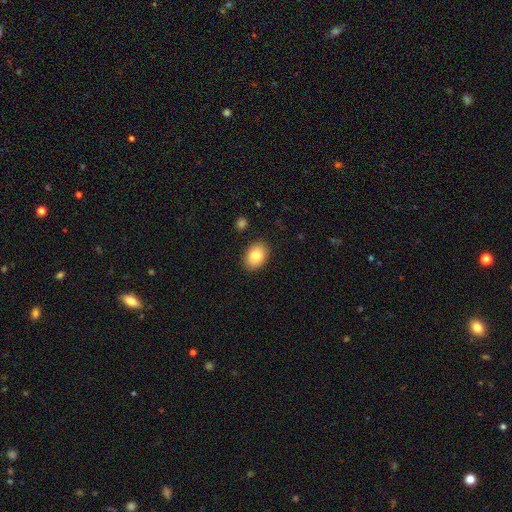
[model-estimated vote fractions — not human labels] Smooth or featured? Predicted: smooth (p=0.83). How rounded? Predicted: in between (p=0.81). Merging? Predicted: none (p=0.87).